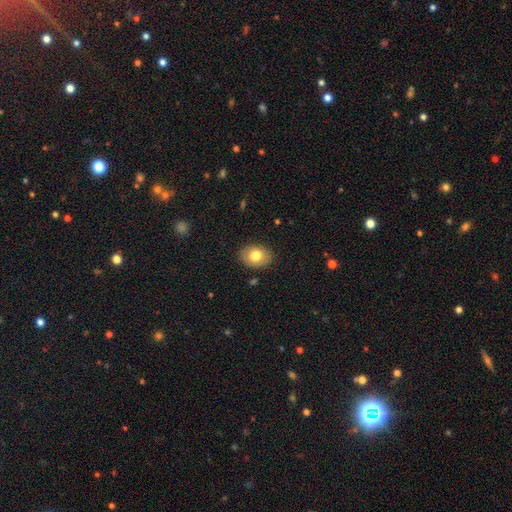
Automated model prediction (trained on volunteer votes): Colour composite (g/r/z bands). It shows a smooth galaxy with no disk features (78%) that is in between round and cigar-shaped (69%). Merging: none (87%).